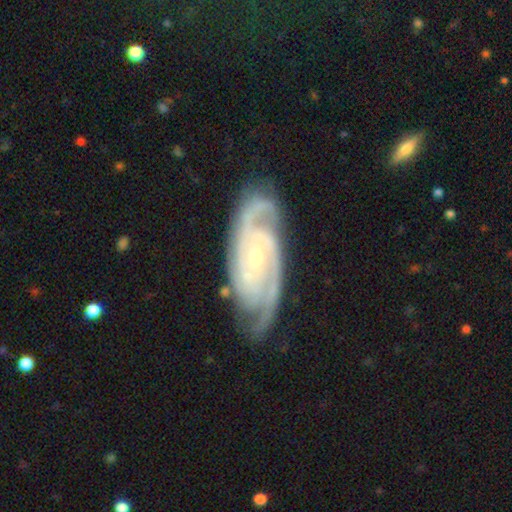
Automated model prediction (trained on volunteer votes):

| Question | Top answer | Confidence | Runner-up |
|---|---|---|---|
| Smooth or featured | featured or disk | 92% | star or artifact (4%) |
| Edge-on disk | no | 95% | yes (5%) |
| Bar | no | 52% | weak (34%) |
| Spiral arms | yes | 99% | no (1%) |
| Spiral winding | tight | 68% | medium (29%) |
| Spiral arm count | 2 | 53% | 3 (26%) |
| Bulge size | small | 76% | moderate (20%) |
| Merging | none | 78% | minor disturbance (16%) |